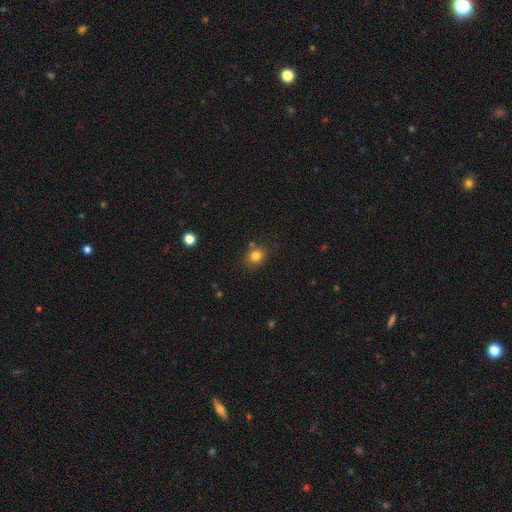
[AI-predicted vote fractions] Smooth or featured? Predicted: smooth (p=0.81). How rounded? Predicted: round (p=0.71). Merging? Predicted: none (p=0.78).